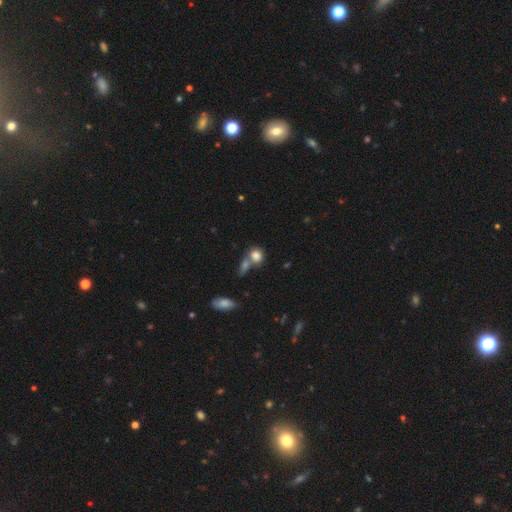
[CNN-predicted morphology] The model was most divided on "merging": none: 43%, merger: 42%, minor disturbance: 11%, major disturbance: 5%. More confident: smooth or featured — smooth (82%); how rounded — round (59%).